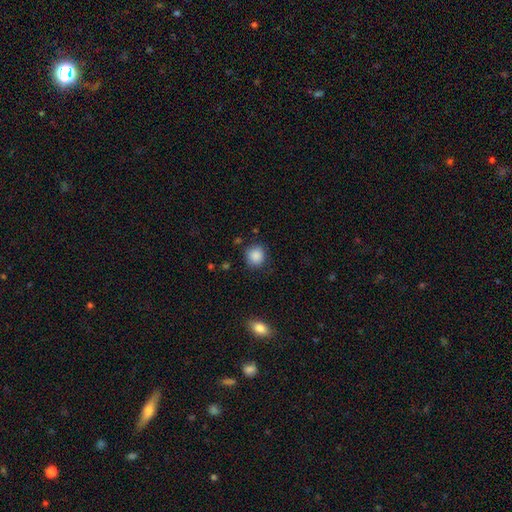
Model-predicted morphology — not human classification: A smooth galaxy with no disk features (88%) that is round (83%).

Vote fractions:
- Smooth or featured? smooth: 88% / star or artifact: 8% / featured or disk: 4%
- How rounded? round: 83% / in between: 16% / cigar-shaped: 1%
- Merging? none: 80% / minor disturbance: 14% / major disturbance: 4% / merger: 2%